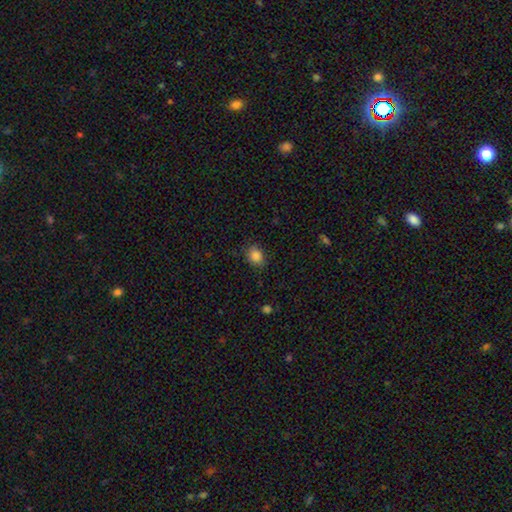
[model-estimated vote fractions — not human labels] Morphology: type=smooth (86%); roundness=in between (51%); merging=none (79%).